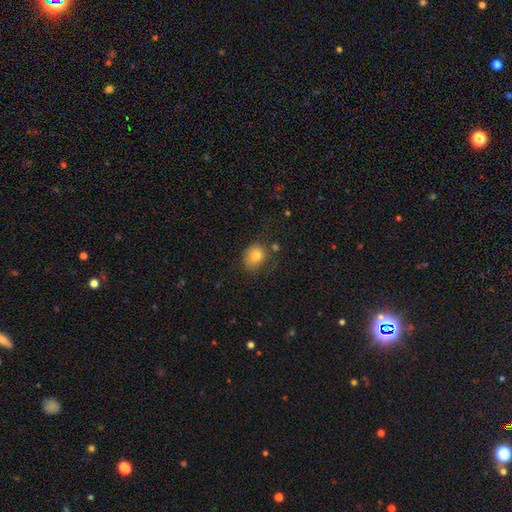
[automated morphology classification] Smooth or featured? smooth (80%)
How rounded? round (60%)
Merging? none (64%)